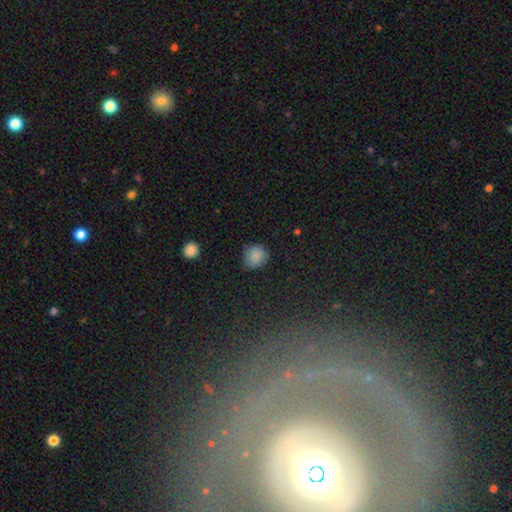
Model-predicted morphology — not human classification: smooth_or_featured: smooth (p=0.86) [alt: star or artifact p=0.09]
how_rounded: round (p=0.82) [alt: in between p=0.17]
merging: none (p=0.81) [alt: minor disturbance p=0.15]